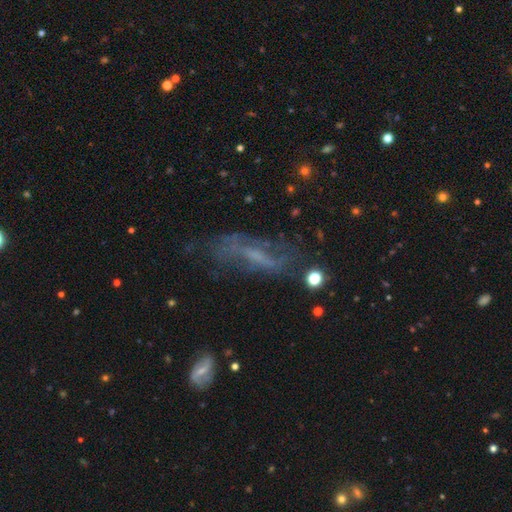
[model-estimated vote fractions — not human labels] featured or disk 55%, smooth 28%, star or artifact 17%. Down the decision tree: edge-on disk — no (70%); merging — none (55%).